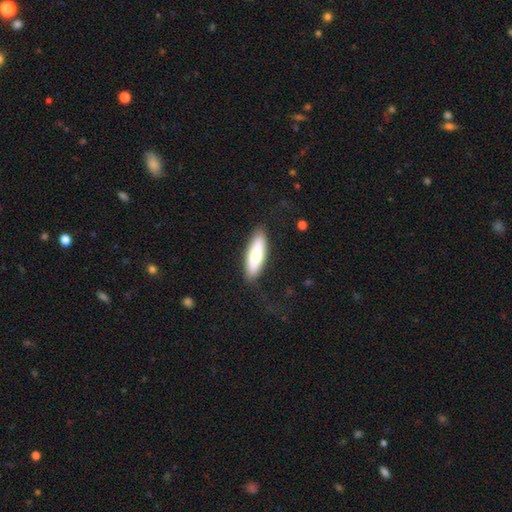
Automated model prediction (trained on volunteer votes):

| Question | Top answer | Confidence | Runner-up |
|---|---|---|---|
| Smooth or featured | smooth | 67% | featured or disk (27%) |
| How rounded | cigar-shaped | 50% | in between (48%) |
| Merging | none | 85% | minor disturbance (11%) |